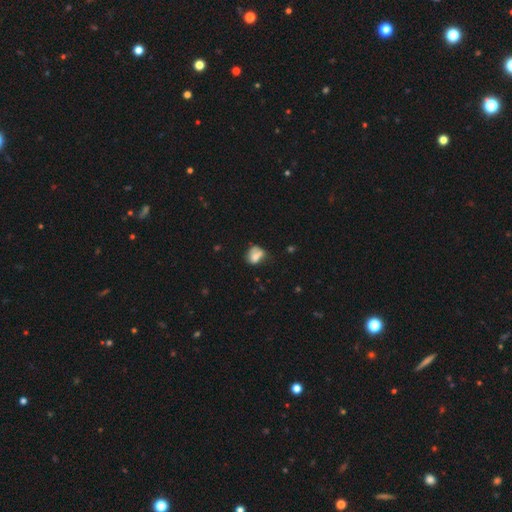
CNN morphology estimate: smooth-or-featured: smooth: 64% | featured or disk: 26% | star or artifact: 11%
  how-rounded: in between: 55% | round: 43% | cigar-shaped: 2%
  merging: none: 31% | merger: 27% | minor disturbance: 25% | major disturbance: 17%